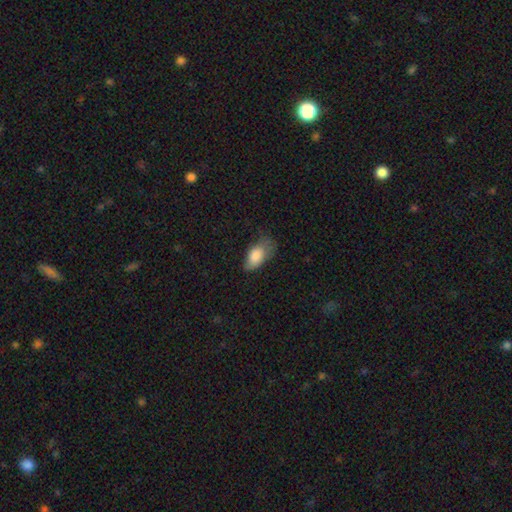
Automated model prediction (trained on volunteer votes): This appears to be a smooth galaxy with no disk features (82%) that is in between round and cigar-shaped (92%). Merging: none (43%).